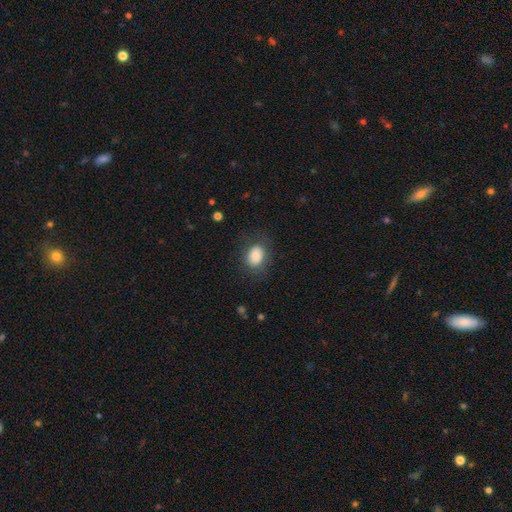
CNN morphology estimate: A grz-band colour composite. It shows a smooth galaxy with no disk features (85%) that is in between round and cigar-shaped (72%). Merging: none (73%).